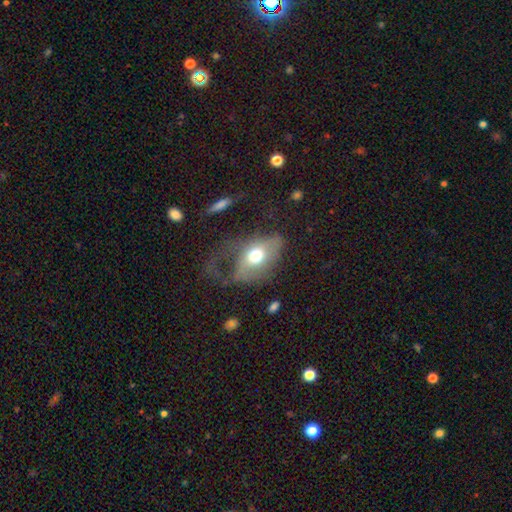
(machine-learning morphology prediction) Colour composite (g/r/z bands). It shows a smooth galaxy with no disk features (56%) that is in between round and cigar-shaped (77%). Merging: major disturbance (51%).